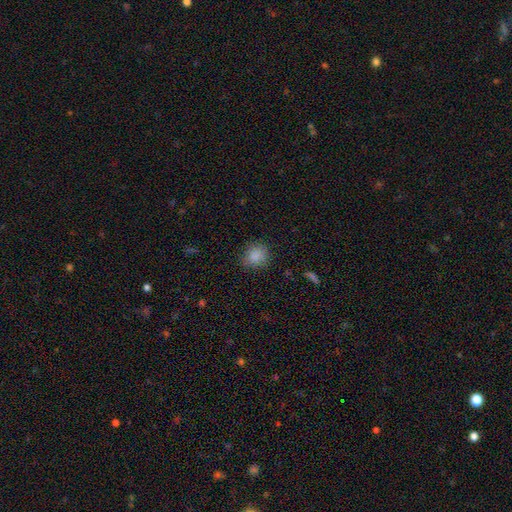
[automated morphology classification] type=smooth (86%); roundness=round (74%); merging=none (82%).